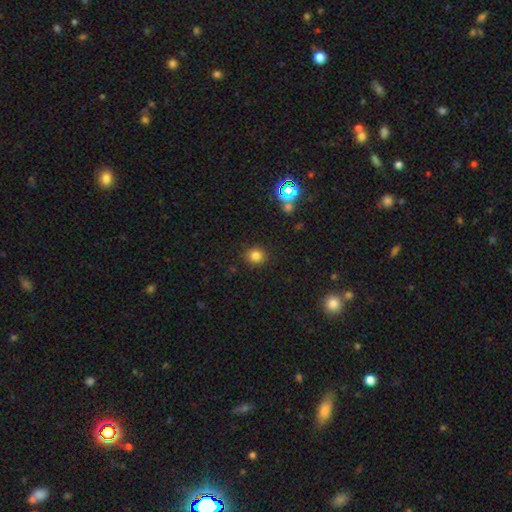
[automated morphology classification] Q: Smooth or featured?
A: smooth (81%); runner-up: star or artifact (14%)
Q: How rounded?
A: round (84%); runner-up: in between (15%)
Q: Merging?
A: none (90%); runner-up: minor disturbance (7%)